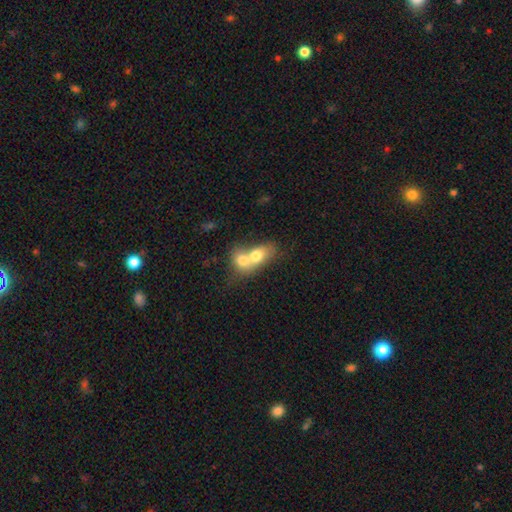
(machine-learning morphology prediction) This appears to be a smooth galaxy with no disk features (70%) that is in between round and cigar-shaped (60%). Merging: merger (79%).